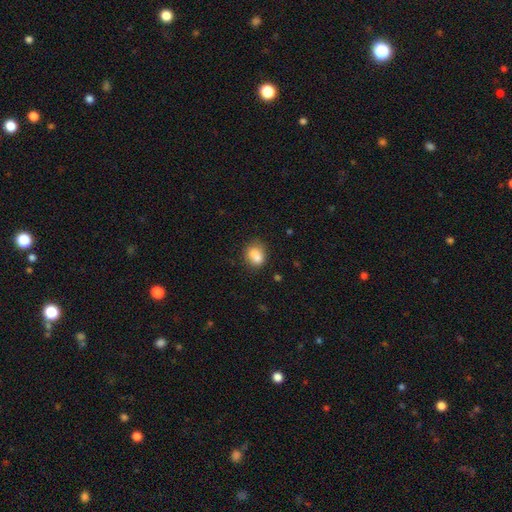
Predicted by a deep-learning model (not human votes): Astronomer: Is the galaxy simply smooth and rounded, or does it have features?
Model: smooth — 79%.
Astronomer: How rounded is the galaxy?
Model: in between — 53% (runner-up: round, 46%).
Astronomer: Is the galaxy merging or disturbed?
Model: none — 52%.